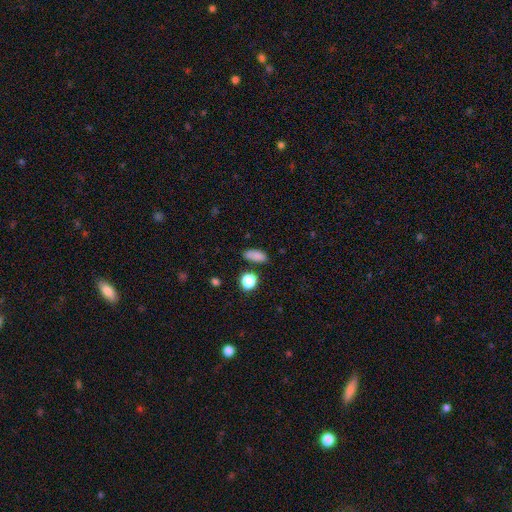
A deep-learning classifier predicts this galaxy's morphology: smooth-or-featured: smooth: 82% | star or artifact: 12% | featured or disk: 6%
  how-rounded: in between: 81% | cigar-shaped: 10% | round: 9%
  merging: none: 75% | minor disturbance: 16% | merger: 6% | major disturbance: 4%